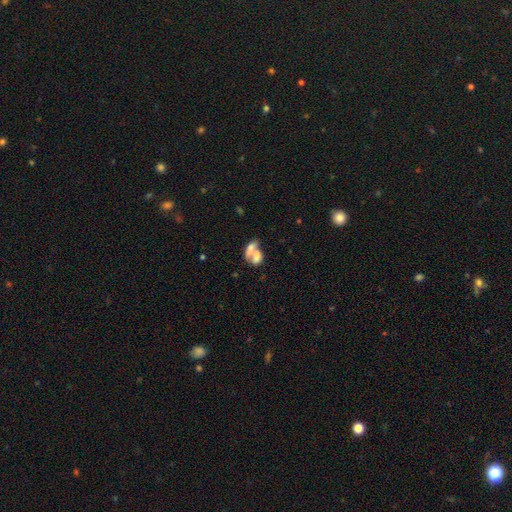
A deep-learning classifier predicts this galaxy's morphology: Smooth or featured? smooth (62%)
How rounded? in between (80%)
Merging? merger (68%)